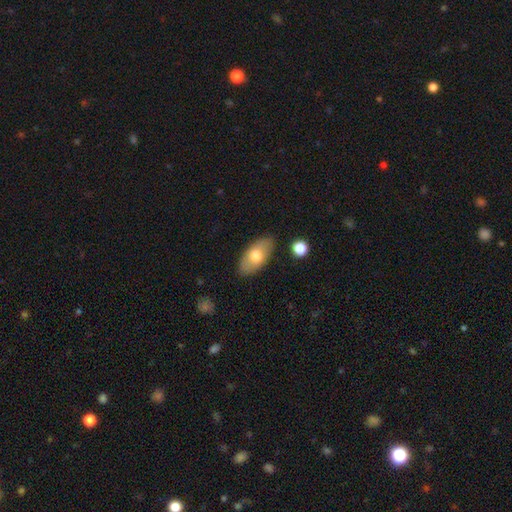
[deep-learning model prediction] The model was most divided on "smooth or featured": smooth: 69%, featured or disk: 25%, star or artifact: 6%. More confident: how rounded — in between (91%); merging — none (84%).